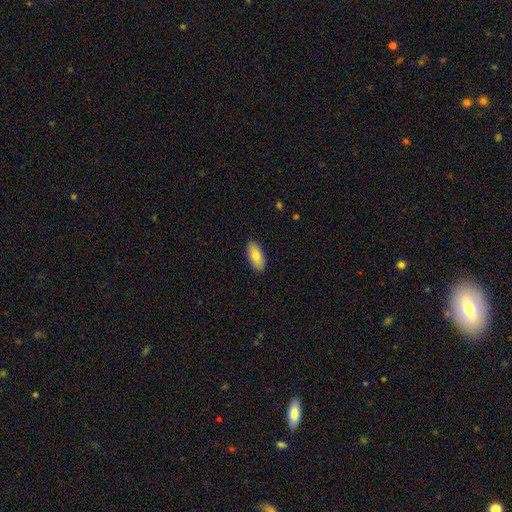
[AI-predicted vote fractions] A smooth galaxy with no disk features (79%) that is in between round and cigar-shaped (91%). Merging: none (89%).